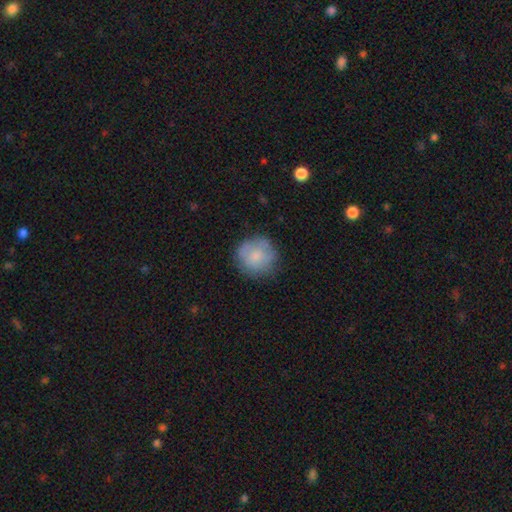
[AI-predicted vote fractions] Overall: smooth (70%). How rounded: round (91%). Merging: none (73%).